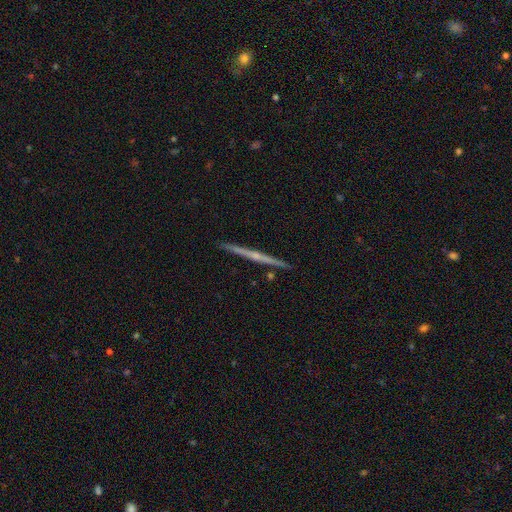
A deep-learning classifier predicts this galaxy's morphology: This is likely a featured or disk galaxy (74%). It is clearly viewed edge-on (98%). Edge-on bulge: possibly none (48%). Merging: clearly none (92%).